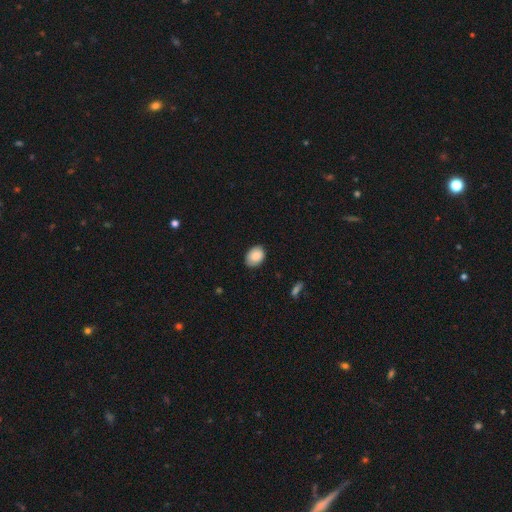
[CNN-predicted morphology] type=smooth (87%); roundness=in between (74%); merging=none (82%).